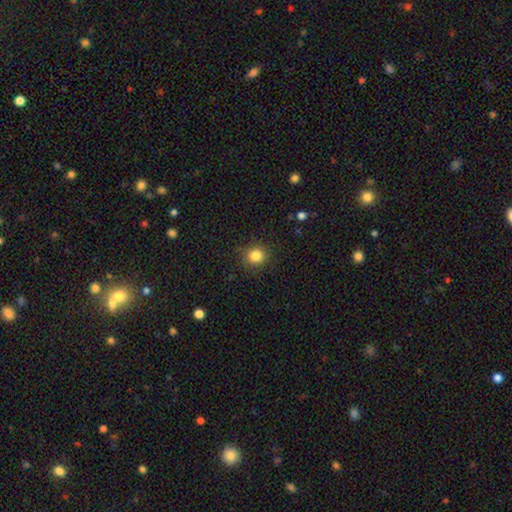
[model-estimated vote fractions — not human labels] A smooth galaxy with no disk features (84%) that is round (85%).

Vote fractions:
- Smooth or featured? smooth: 84% / star or artifact: 11% / featured or disk: 5%
- How rounded? round: 85% / in between: 14% / cigar-shaped: 1%
- Merging? none: 87% / minor disturbance: 9% / major disturbance: 3% / merger: 1%